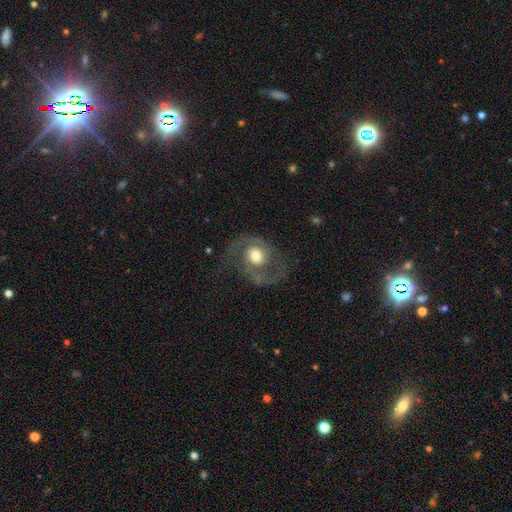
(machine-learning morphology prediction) This is likely a featured or disk galaxy (74%). It is clearly not viewed edge-on (97%). Bar: likely no (72%). Spiral arm pattern: clearly yes (85%). Spiral arm count: likely 2 (78%). Spiral winding: possibly medium (49%). Central bulge: likely moderate (64%). Merging: possibly none (57%).